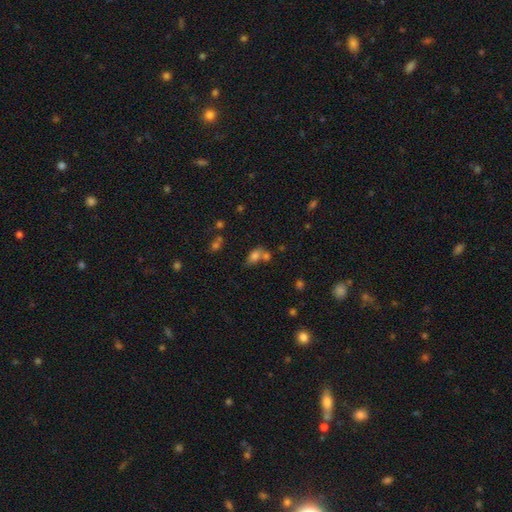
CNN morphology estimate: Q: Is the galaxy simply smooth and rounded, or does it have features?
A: smooth — 72%.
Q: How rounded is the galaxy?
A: in between — 81%.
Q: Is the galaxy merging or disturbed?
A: merger — 41%.